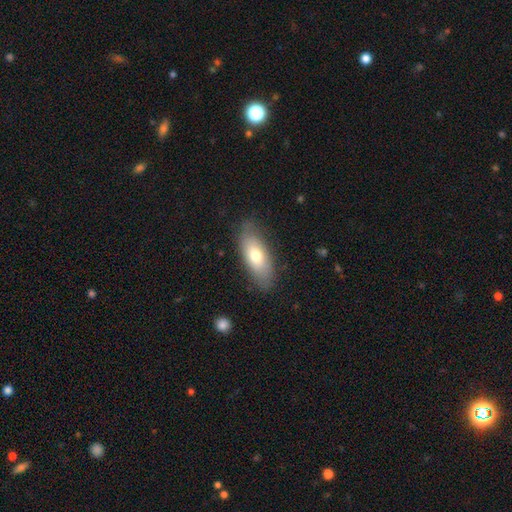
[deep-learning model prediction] smooth 68%, featured or disk 25%, star or artifact 7%. Down the decision tree: how rounded — in between (82%); merging — none (76%).